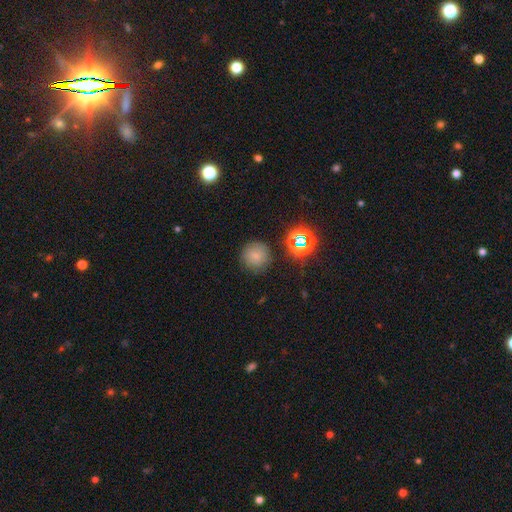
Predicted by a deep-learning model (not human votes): Smooth or featured? smooth (72%)
How rounded? round (94%)
Merging? none (85%)